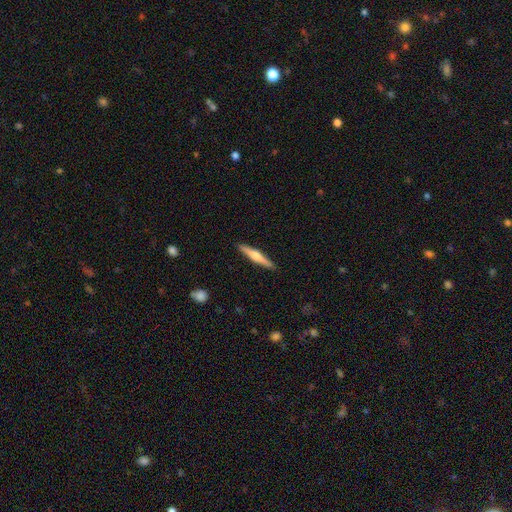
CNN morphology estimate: A featured or disk galaxy (61%) viewed edge-on (98%) with a rounded central bulge (87%).

Vote fractions:
- Smooth or featured? featured or disk: 61% / smooth: 33% / star or artifact: 5%
- Edge-on disk? yes: 98% / no: 2%
- Edge-on bulge? rounded: 87% / boxy: 7% / none: 5%
- Merging? none: 91% / minor disturbance: 6% / major disturbance: 1% / merger: 1%